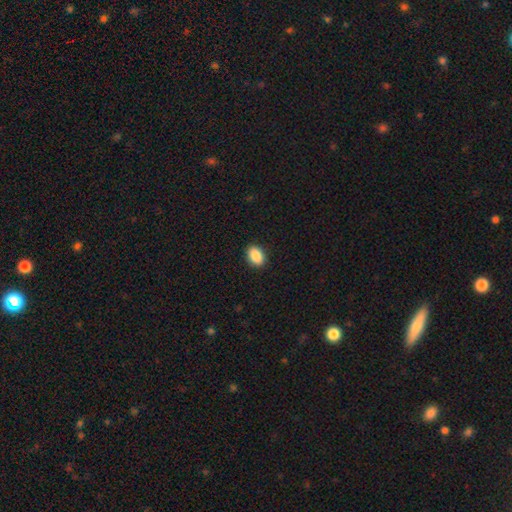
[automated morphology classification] smooth_or_featured: smooth (p=0.89) [alt: star or artifact p=0.07]
how_rounded: in between (p=0.83) [alt: round p=0.16]
merging: none (p=0.91) [alt: minor disturbance p=0.06]